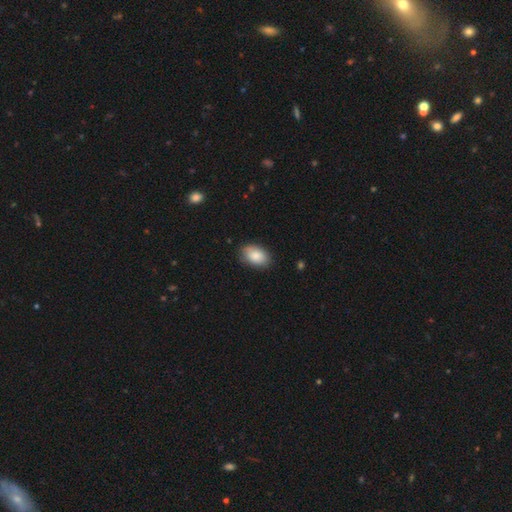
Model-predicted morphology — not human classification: smooth 85%, featured or disk 8%, star or artifact 6%. Down the decision tree: how rounded — in between (91%); merging — none (82%).